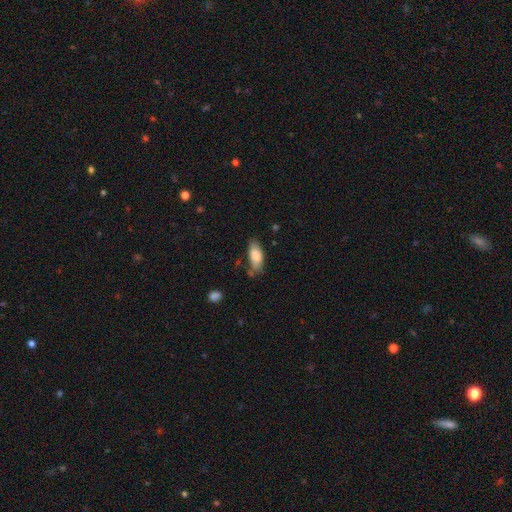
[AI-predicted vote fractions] Smooth or featured? smooth (83%)
How rounded? in between (82%)
Merging? none (59%)